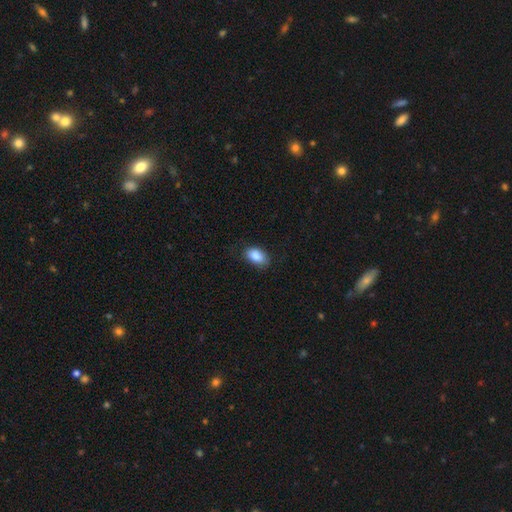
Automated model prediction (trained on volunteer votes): smooth_or_featured: smooth (p=0.87) [alt: star or artifact p=0.07]
how_rounded: in between (p=0.89) [alt: round p=0.09]
merging: none (p=0.76) [alt: minor disturbance p=0.19]